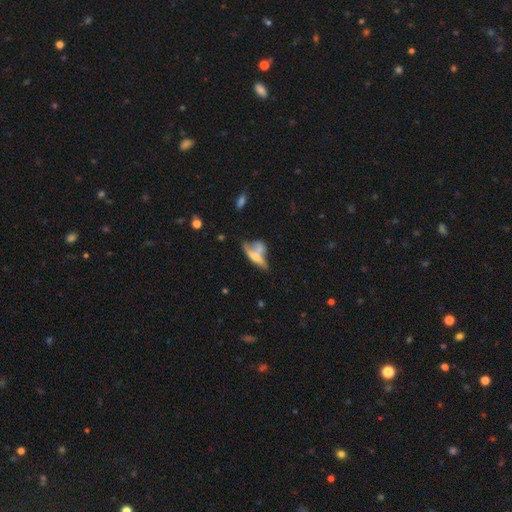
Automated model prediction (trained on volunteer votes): Smooth or featured?
  - smooth: 46% *
  - featured or disk: 44%
  - star or artifact: 10%
Merging?
  - merger: 43% *
  - none: 28%
  - major disturbance: 15%
  - minor disturbance: 14%